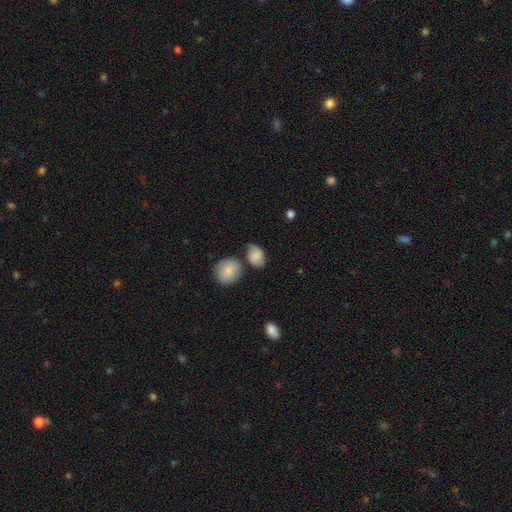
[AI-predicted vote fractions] smooth 74%, featured or disk 18%, star or artifact 8%. Down the decision tree: how rounded — in between (67%); merging — none (51%).